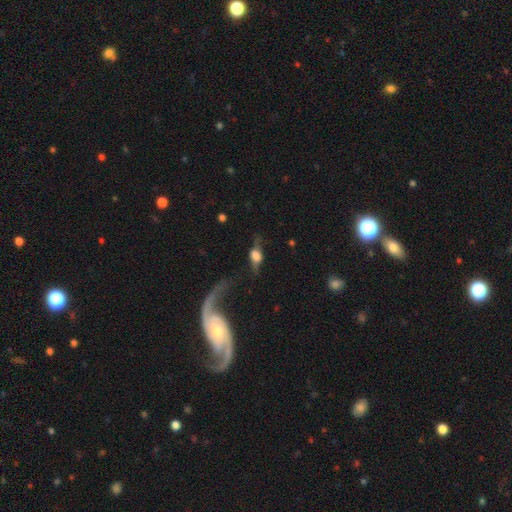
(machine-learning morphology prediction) Overall: featured or disk (56%; smooth 35%). Edge-on disk: yes (61%; no 39%). Merging: none (44%; major disturbance 30%).